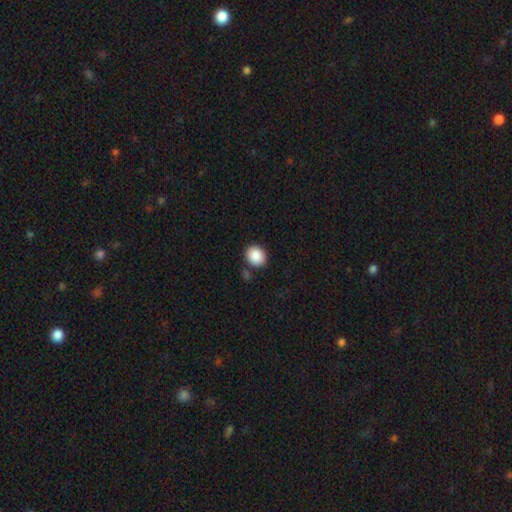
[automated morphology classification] smooth_or_featured: smooth (p=0.88) [alt: star or artifact p=0.08]
how_rounded: round (p=0.68) [alt: in between p=0.31]
merging: none (p=0.83) [alt: minor disturbance p=0.09]